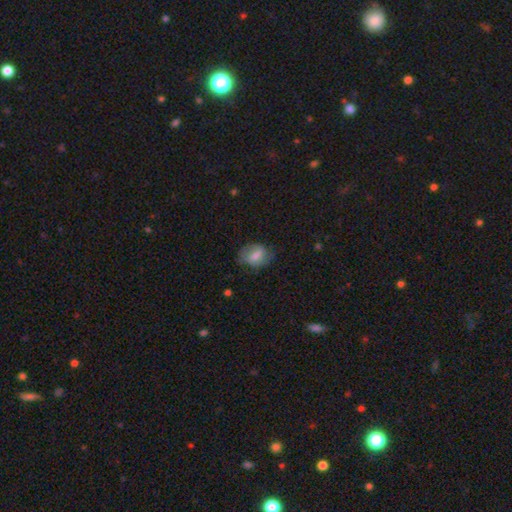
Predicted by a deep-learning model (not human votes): This is likely a smooth galaxy (64%). How rounded: likely in between (72%). Merging: possibly none (59%).